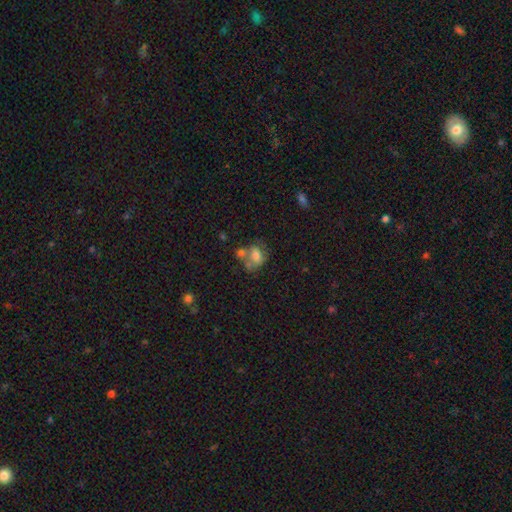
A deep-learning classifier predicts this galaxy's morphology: A smooth galaxy with no disk features (63%) that is in between round and cigar-shaped (69%).

Vote fractions:
- Smooth or featured? smooth: 63% / featured or disk: 26% / star or artifact: 11%
- How rounded? in between: 69% / round: 29% / cigar-shaped: 2%
- Merging? merger: 37% / none: 32% / minor disturbance: 19% / major disturbance: 12%